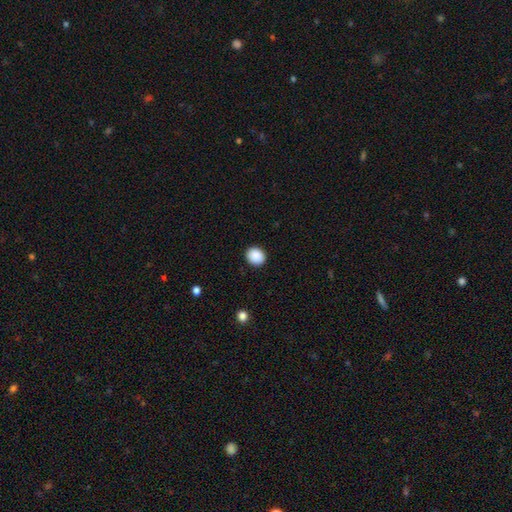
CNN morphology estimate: Smooth or featured?
  - smooth: 89% *
  - star or artifact: 8%
  - featured or disk: 3%
How rounded?
  - round: 71% *
  - in between: 28%
  - cigar-shaped: 1%
Merging?
  - none: 91% *
  - minor disturbance: 6%
  - major disturbance: 2%
  - merger: 1%